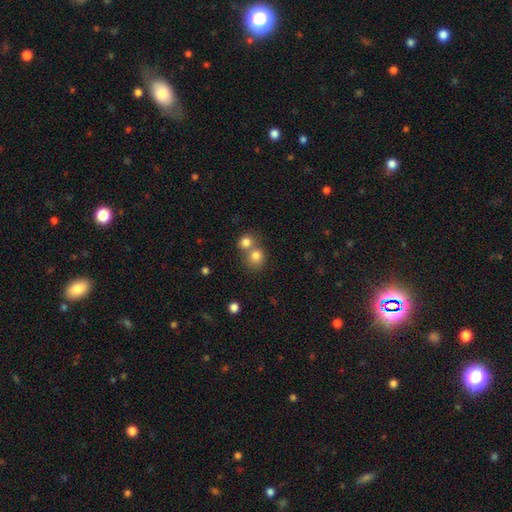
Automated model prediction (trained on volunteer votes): A smooth galaxy with no disk features (79%) that is round (80%). Merging: merger (50%).